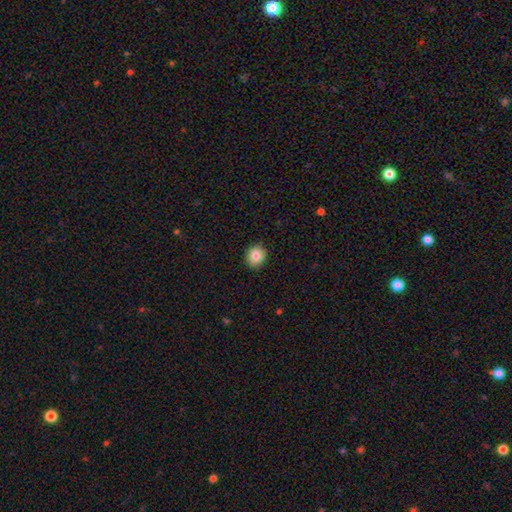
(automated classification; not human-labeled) smooth 85%, star or artifact 9%, featured or disk 6%. Down the decision tree: how rounded — round (82%); merging — none (90%).